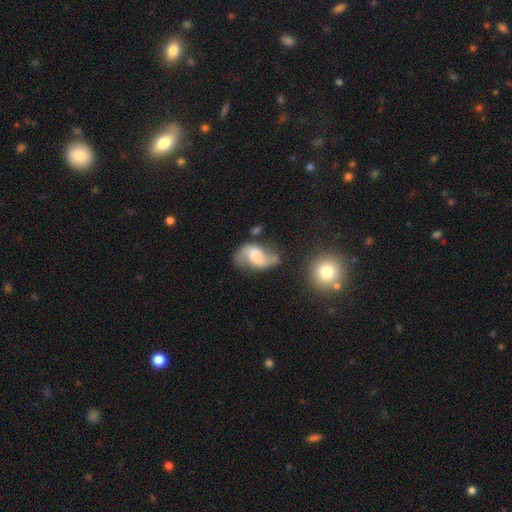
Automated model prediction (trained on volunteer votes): smooth-or-featured: featured or disk: 67% | smooth: 24% | star or artifact: 8%
  disk-edge-on: no: 97% | yes: 3%
    bar: no: 46% | weak: 40% | strong: 14%
    has-spiral-arms: yes: 89% | no: 11%
      spiral-winding: loose: 64% | medium: 29% | tight: 8%
      spiral-arm-count: 2: 88% | 1: 5% | can't tell: 4% | 3: 1% | 4: 1% | more than 4: 1%
    bulge-size: large: 29% | none: 26% | moderate: 24% | small: 15% | dominant: 6%
  merging: none: 47% | minor disturbance: 25% | major disturbance: 17% | merger: 11%